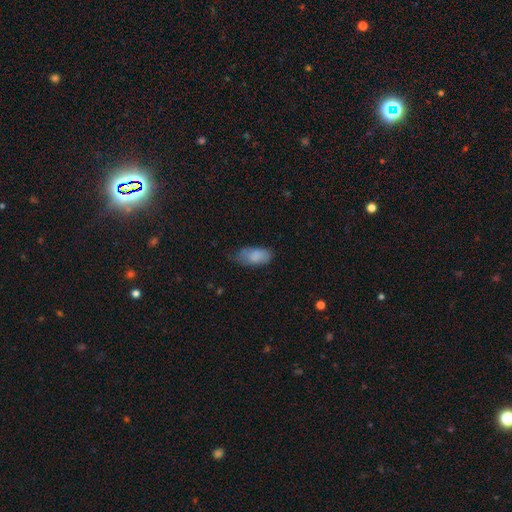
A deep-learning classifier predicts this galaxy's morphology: smooth 83%, featured or disk 10%, star or artifact 7%. Down the decision tree: how rounded — in between (92%); merging — none (51%).